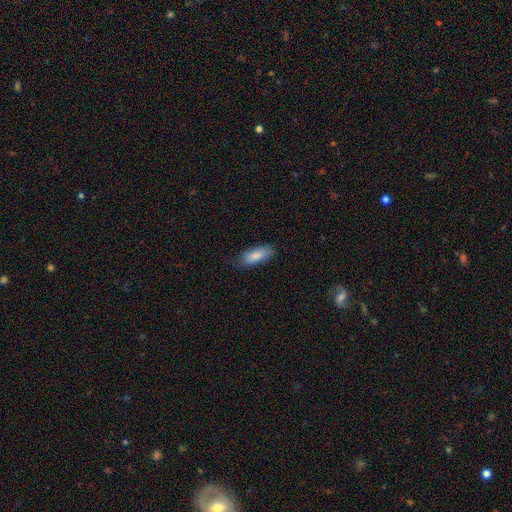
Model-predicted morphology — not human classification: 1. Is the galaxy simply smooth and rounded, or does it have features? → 85% smooth, 9% featured or disk, 6% star or artifact.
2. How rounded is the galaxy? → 78% in between, 21% cigar-shaped, 2% round.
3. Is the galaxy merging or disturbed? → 77% none, 19% minor disturbance, 4% major disturbance, 1% merger.